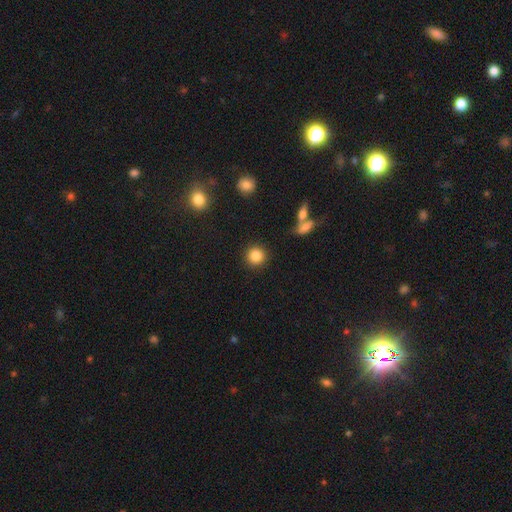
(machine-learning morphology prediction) smooth 85%, star or artifact 10%, featured or disk 6%. Down the decision tree: how rounded — round (92%); merging — none (89%).